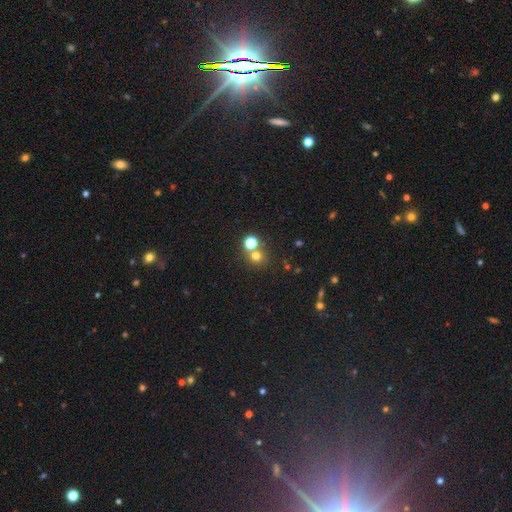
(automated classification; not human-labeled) Overall: smooth (68%). How rounded: round (86%). Merging: none (62%; merger 27%).